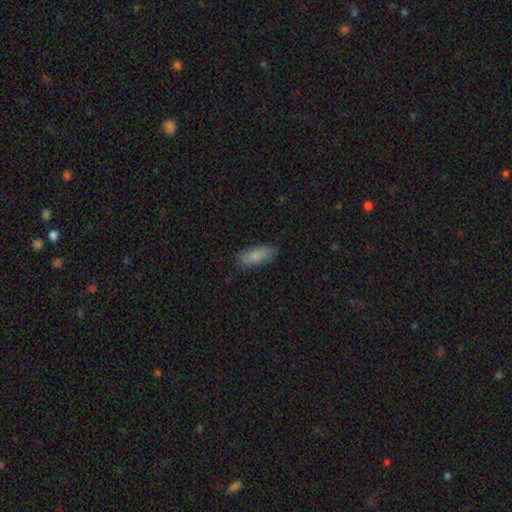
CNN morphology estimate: This is clearly a smooth galaxy (85%). How rounded: likely in between (72%). Merging: likely none (80%).